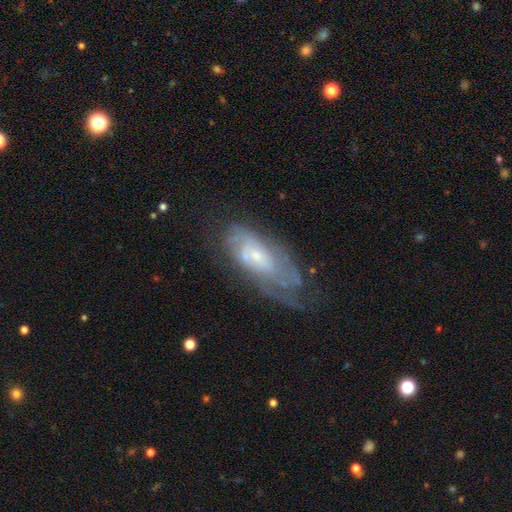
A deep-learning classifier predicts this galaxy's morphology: A featured or disk galaxy (73%) with no bar (68%), tight (60%) spiral arms (82%) and a small central bulge (61%).

Vote fractions:
- Smooth or featured? featured or disk: 73% / smooth: 19% / star or artifact: 7%
- Edge-on disk? no: 89% / yes: 11%
- Bar? no: 68% / weak: 27% / strong: 5%
- Spiral arms? yes: 82% / no: 18%
- Spiral winding? tight: 60% / medium: 30% / loose: 11%
- Spiral arm count? can't tell: 57% / 2: 20% / 3: 9% / 1: 6% / 4: 5% / more than 4: 3%
- Bulge size? small: 61% / moderate: 32% / none: 3% / large: 3% / dominant: 1%
- Merging? none: 52% / minor disturbance: 25% / major disturbance: 19% / merger: 3%